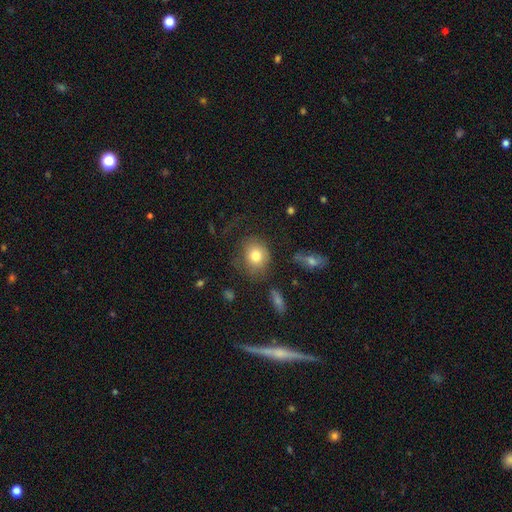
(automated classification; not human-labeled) smooth_or_featured: smooth (p=0.77) [alt: featured or disk p=0.14]
how_rounded: round (p=0.59) [alt: in between p=0.40]
merging: none (p=0.58) [alt: minor disturbance p=0.21]